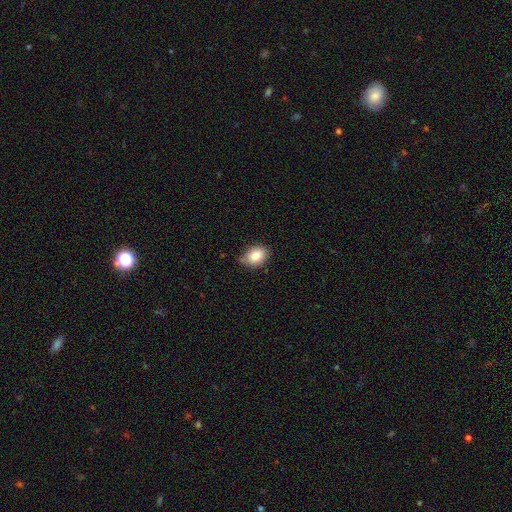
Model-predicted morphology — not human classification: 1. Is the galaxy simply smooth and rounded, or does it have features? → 85% smooth, 8% star or artifact, 6% featured or disk.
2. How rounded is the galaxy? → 63% in between, 36% round, 1% cigar-shaped.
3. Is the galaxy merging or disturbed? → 74% none, 20% minor disturbance, 3% major disturbance, 3% merger.